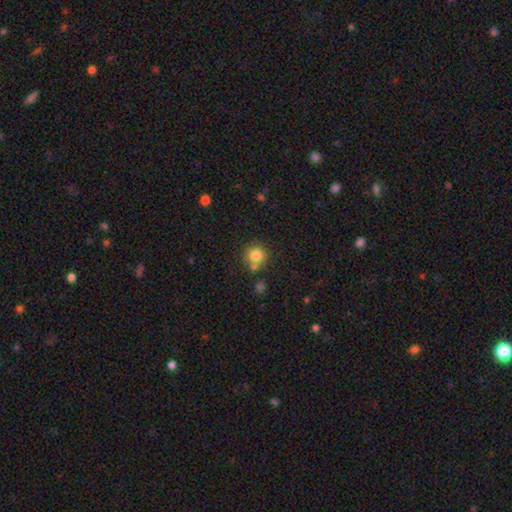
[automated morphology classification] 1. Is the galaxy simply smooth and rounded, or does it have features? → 81% smooth, 11% star or artifact, 8% featured or disk.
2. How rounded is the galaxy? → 92% round, 7% in between, 1% cigar-shaped.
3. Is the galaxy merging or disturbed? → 68% none, 18% merger, 11% minor disturbance, 3% major disturbance.